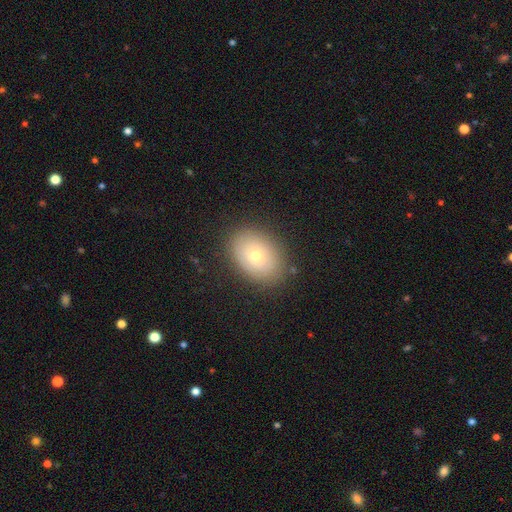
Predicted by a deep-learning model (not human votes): smooth 65%, featured or disk 25%, star or artifact 10%. Down the decision tree: how rounded — in between (73%); merging — none (83%).